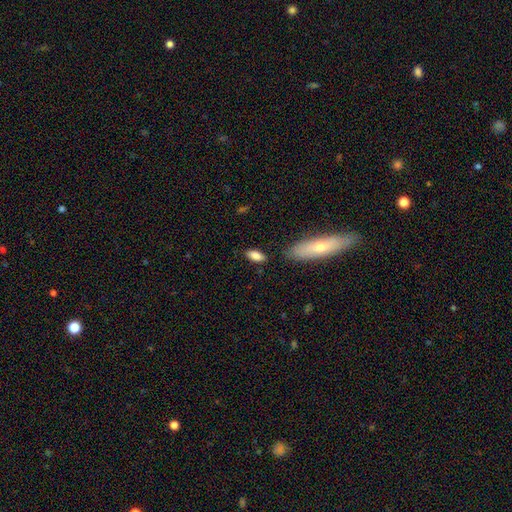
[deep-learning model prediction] smooth-or-featured: smooth: 84% | featured or disk: 9% | star or artifact: 7%
  how-rounded: in between: 82% | cigar-shaped: 15% | round: 3%
  merging: none: 81% | minor disturbance: 13% | major disturbance: 4% | merger: 3%